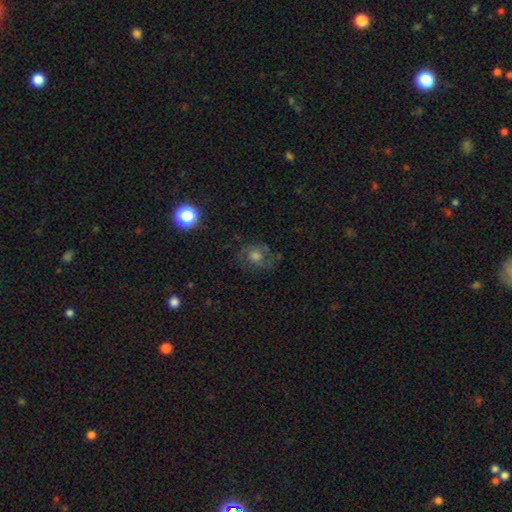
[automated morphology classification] Smooth or featured? Predicted: featured or disk (p=0.52). Edge-on disk? Predicted: no (p=0.96). Bar? Predicted: no (p=0.77). Spiral arms? Predicted: yes (p=0.81). Bulge size? Predicted: moderate (p=0.58). Merging? Predicted: none (p=0.69).